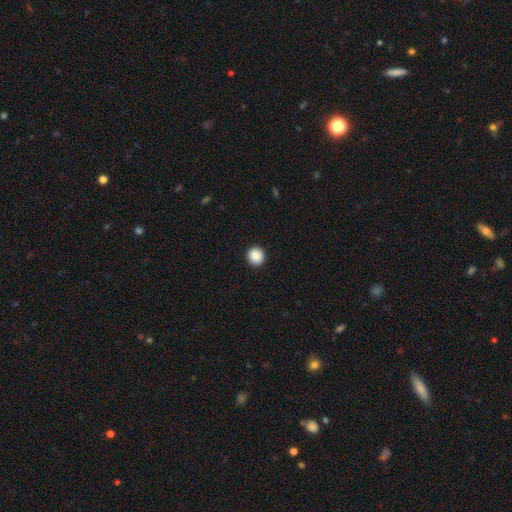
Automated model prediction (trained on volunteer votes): smooth-or-featured: smooth: 89% | star or artifact: 8% | featured or disk: 3%
  how-rounded: round: 94% | in between: 5% | cigar-shaped: 1%
  merging: none: 93% | minor disturbance: 5% | major disturbance: 2% | merger: 1%